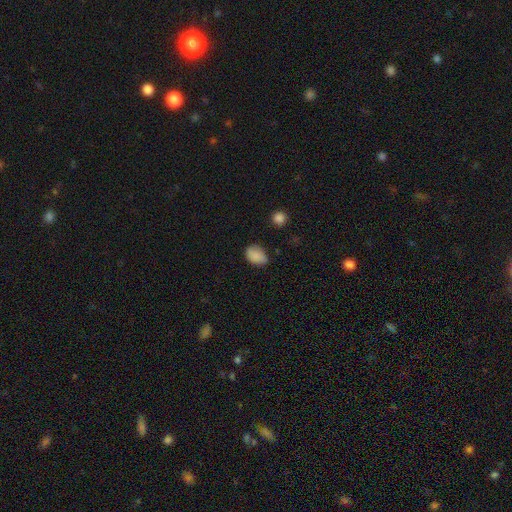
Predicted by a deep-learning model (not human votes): smooth 86%, star or artifact 9%, featured or disk 6%. Down the decision tree: how rounded — in between (78%); merging — none (64%).